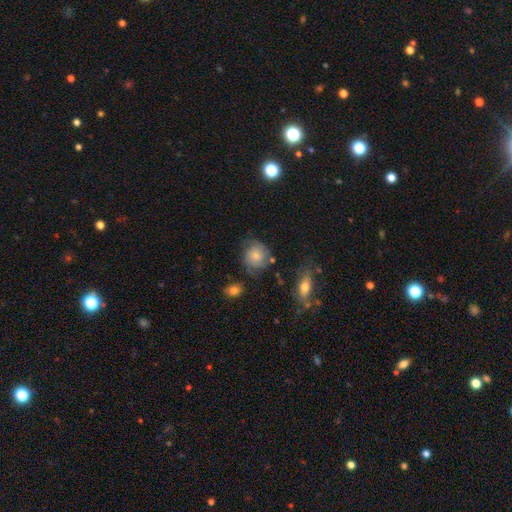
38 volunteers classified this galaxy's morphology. Smooth or featured?
  - featured or disk: 50% *
  - smooth: 45%
  - star or artifact: 5%
Edge-on disk?
  - no: 95% *
  - yes: 5%
Bar?
  - no: 83% *
  - weak: 17%
  - strong: 0%
Spiral arms?
  - yes: 83% *
  - no: 17%
Spiral winding?
  - loose: 60% *
  - tight: 40%
  - medium: 0%
Spiral arm count?
  - 2: 53% *
  - can't tell: 27%
  - 3: 13%
  - 1: 7%
  - 4: 0%
  - more than 4: 0%
Bulge size?
  - small: 39% *
  - moderate: 28%
  - none: 22%
  - large: 11%
  - dominant: 0%
Merging?
  - none: 56% *
  - minor disturbance: 28%
  - major disturbance: 14%
  - merger: 3%